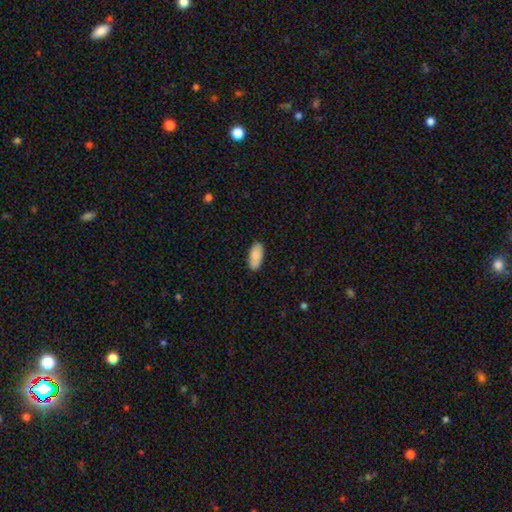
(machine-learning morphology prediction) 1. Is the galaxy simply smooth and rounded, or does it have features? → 85% smooth, 9% featured or disk, 6% star or artifact.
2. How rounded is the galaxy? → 91% in between, 7% cigar-shaped, 2% round.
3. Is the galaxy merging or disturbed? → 85% none, 12% minor disturbance, 2% major disturbance, 1% merger.